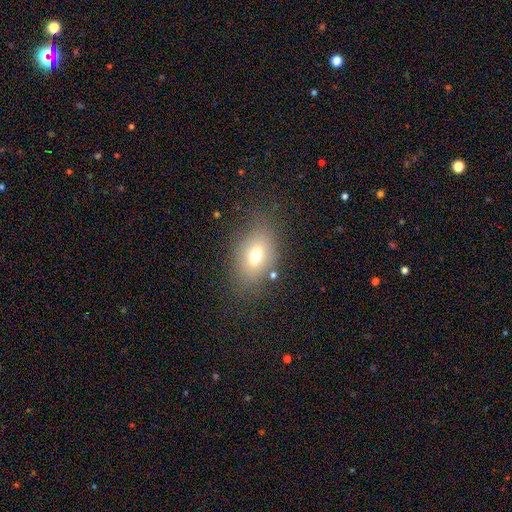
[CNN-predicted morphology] smooth-or-featured: smooth: 67% | featured or disk: 20% | star or artifact: 13%
  how-rounded: in between: 81% | round: 16% | cigar-shaped: 3%
  merging: none: 72% | minor disturbance: 17% | major disturbance: 8% | merger: 3%